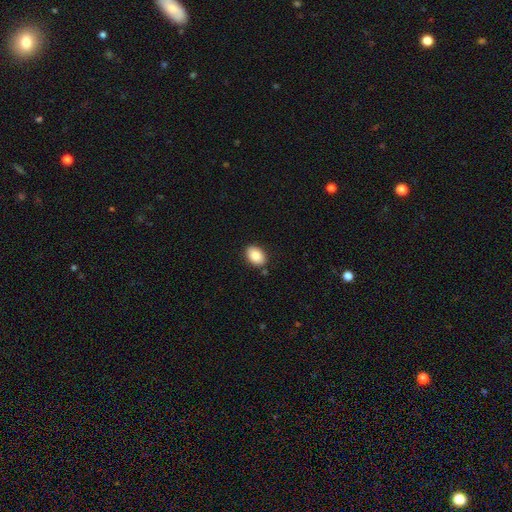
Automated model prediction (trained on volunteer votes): Q: Smooth or featured?
A: smooth (86%); runner-up: star or artifact (7%)
Q: How rounded?
A: in between (83%); runner-up: round (16%)
Q: Merging?
A: none (87%); runner-up: minor disturbance (9%)